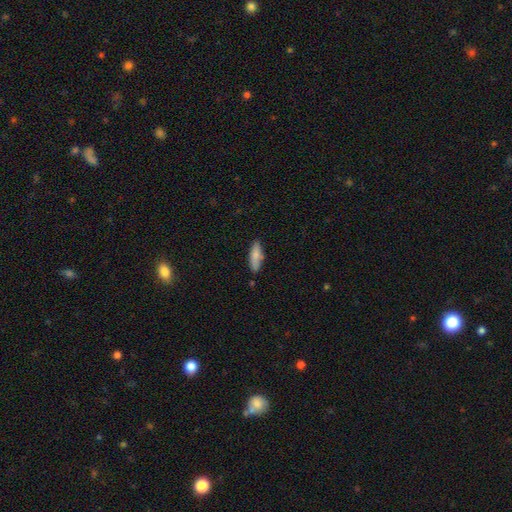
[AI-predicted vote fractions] smooth-or-featured: smooth: 81% | featured or disk: 13% | star or artifact: 6%
  how-rounded: in between: 51% | cigar-shaped: 47% | round: 2%
  merging: none: 79% | minor disturbance: 15% | merger: 3% | major disturbance: 3%